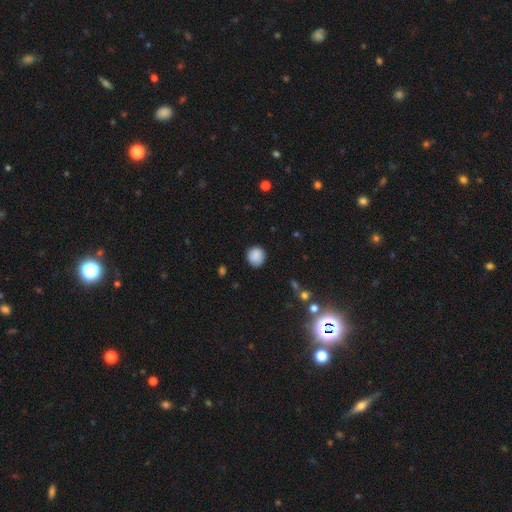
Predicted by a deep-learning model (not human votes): Smooth or featured: smooth — 86% (star or artifact — 8%)
How rounded: round — 90% (in between — 9%)
Merging: none — 85% (minor disturbance — 11%)